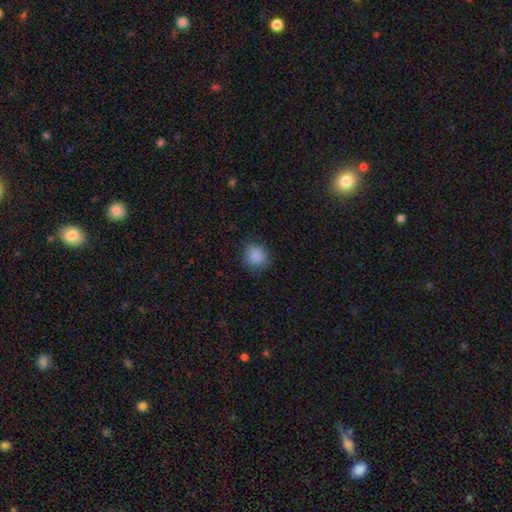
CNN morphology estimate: A smooth galaxy with no disk features (88%) that is round (82%). Merging: none (84%).